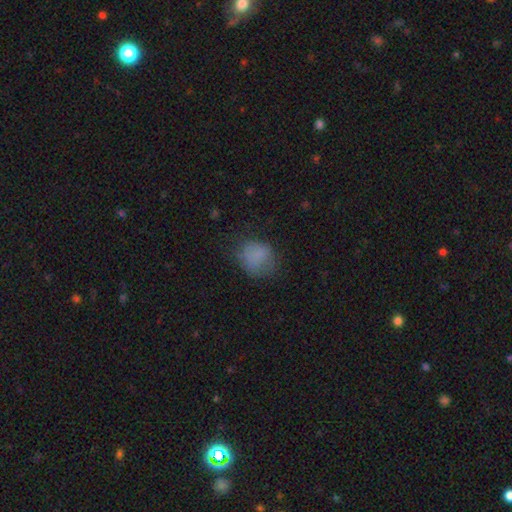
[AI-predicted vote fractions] Smooth or featured: smooth — 75% (featured or disk — 13%)
How rounded: round — 64% (in between — 35%)
Merging: none — 56% (minor disturbance — 27%)